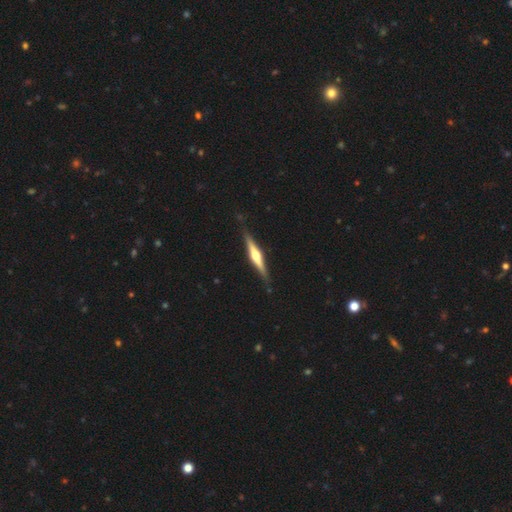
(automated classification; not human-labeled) smooth-or-featured: featured or disk: 73% | smooth: 22% | star or artifact: 5%
  disk-edge-on: yes: 98% | no: 2%
    edge-on-bulge: rounded: 91% | boxy: 6% | none: 4%
  merging: none: 87% | minor disturbance: 9% | major disturbance: 2% | merger: 1%